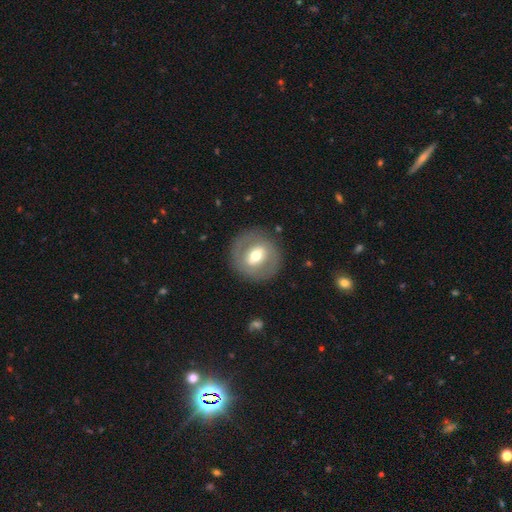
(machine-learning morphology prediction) This appears to be a featured or disk galaxy (59%) with a weak bar (41%), no spiral arms (64%) and a moderate central bulge (69%). Merging: none (84%).